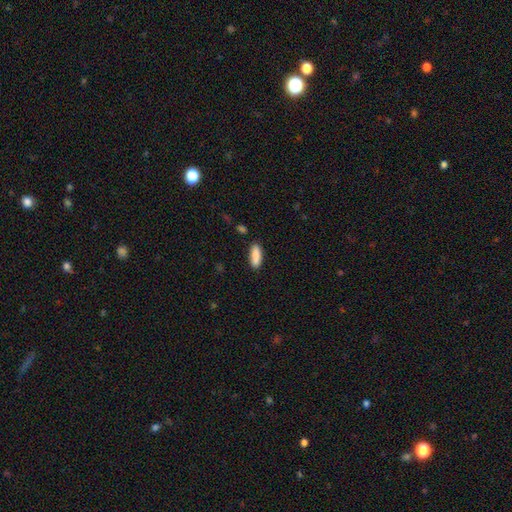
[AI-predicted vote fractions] This appears to be a smooth galaxy with no disk features (88%) that is in between round and cigar-shaped (60%). Merging: none (87%).